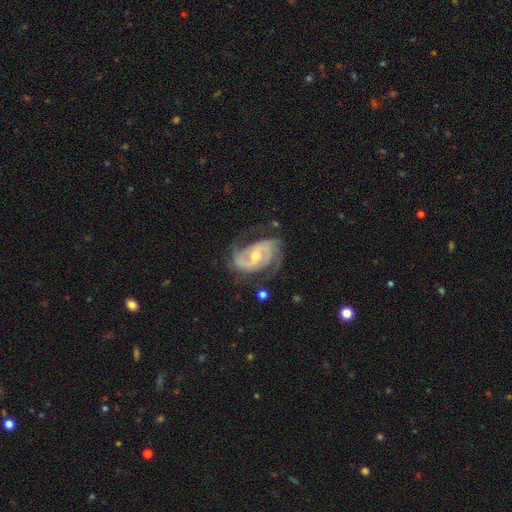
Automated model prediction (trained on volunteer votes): Smooth or featured: featured or disk — 89% (smooth — 6%)
Edge-on disk: no — 97% (yes — 3%)
Bar: weak — 41% (no — 39%)
Spiral arms: yes — 96% (no — 4%)
Spiral winding: medium — 45% (tight — 40%)
Spiral arm count: 2 — 75% (3 — 10%)
Bulge size: moderate — 55% (small — 42%)
Merging: none — 65% (minor disturbance — 21%)